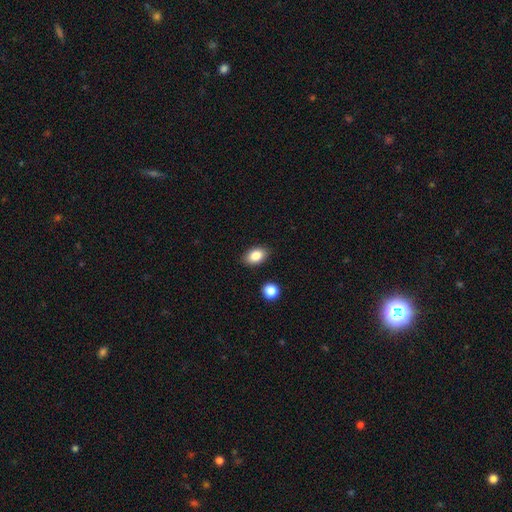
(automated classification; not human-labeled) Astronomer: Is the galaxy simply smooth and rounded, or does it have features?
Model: smooth — 86%.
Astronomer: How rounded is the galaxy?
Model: in between — 87%.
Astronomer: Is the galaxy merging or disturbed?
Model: none — 87%.